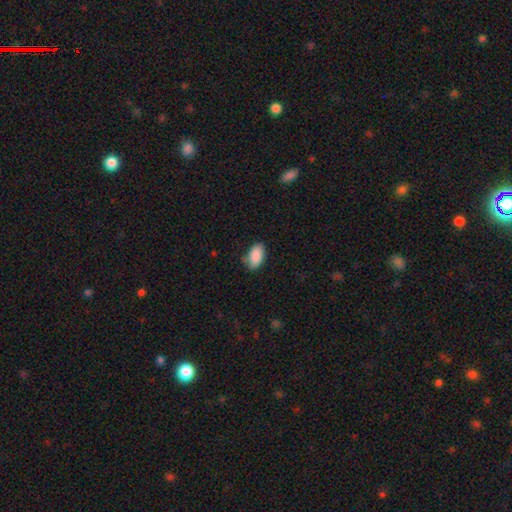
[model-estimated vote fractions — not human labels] Smooth or featured: smooth — 89% (star or artifact — 7%)
How rounded: in between — 94% (round — 3%)
Merging: none — 76% (minor disturbance — 19%)